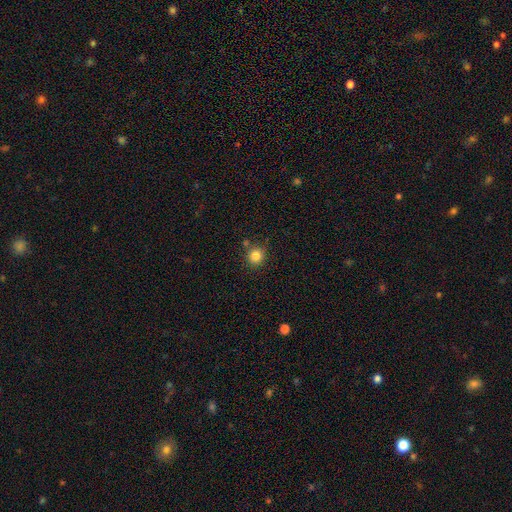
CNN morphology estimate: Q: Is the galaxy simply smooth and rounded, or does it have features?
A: smooth — 84%.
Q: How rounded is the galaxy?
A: round — 92%.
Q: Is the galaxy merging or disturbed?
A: none — 81%.